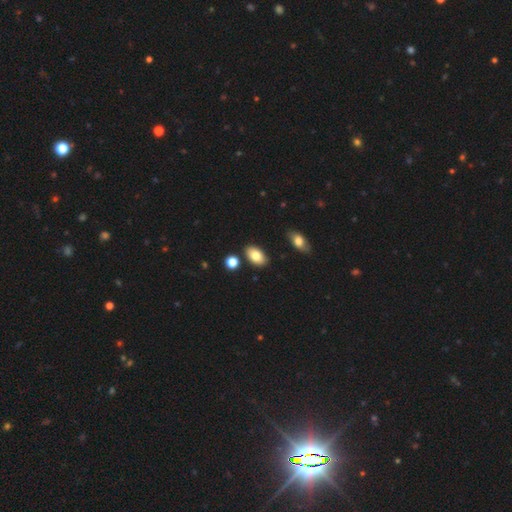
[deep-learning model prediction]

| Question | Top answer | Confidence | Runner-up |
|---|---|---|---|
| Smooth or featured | smooth | 81% | featured or disk (11%) |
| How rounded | in between | 92% | round (6%) |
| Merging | none | 84% | minor disturbance (9%) |